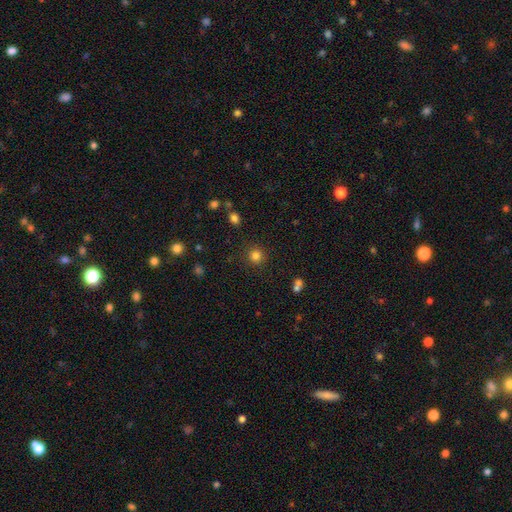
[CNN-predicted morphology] The model was most divided on "smooth or featured": smooth: 82%, star or artifact: 13%, featured or disk: 5%. More confident: how rounded — round (92%); merging — none (88%).